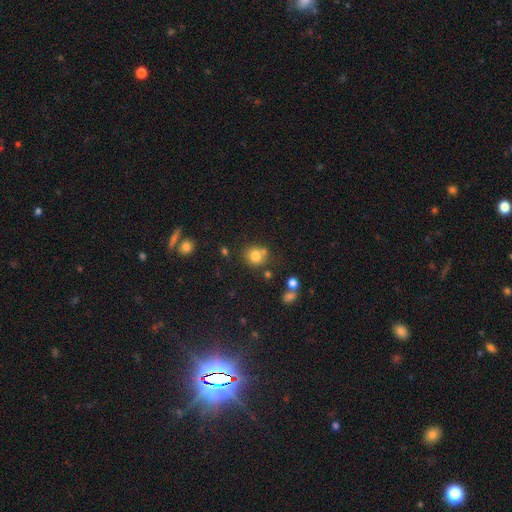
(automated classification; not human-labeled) This appears to be a smooth galaxy with no disk features (79%) that is round (84%). Merging: none (66%).